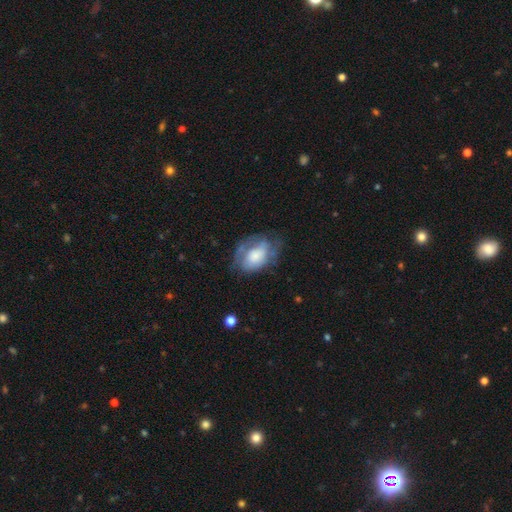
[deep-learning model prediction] Overall: smooth (53%; featured or disk 40%). How rounded: in between (79%). Merging: none (46%; minor disturbance 29%).